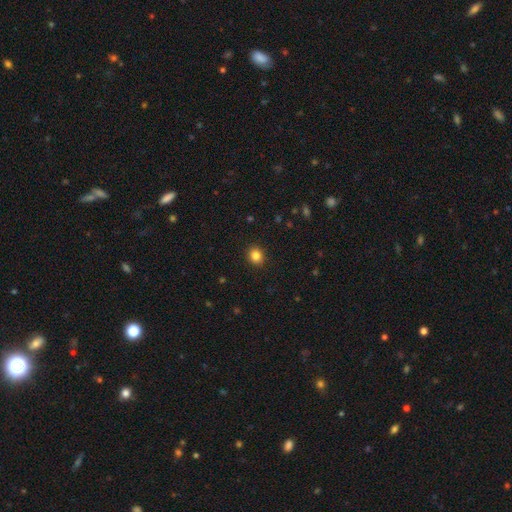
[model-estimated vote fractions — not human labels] Smooth or featured? Predicted: smooth (p=0.84). How rounded? Predicted: round (p=0.80). Merging? Predicted: none (p=0.92).